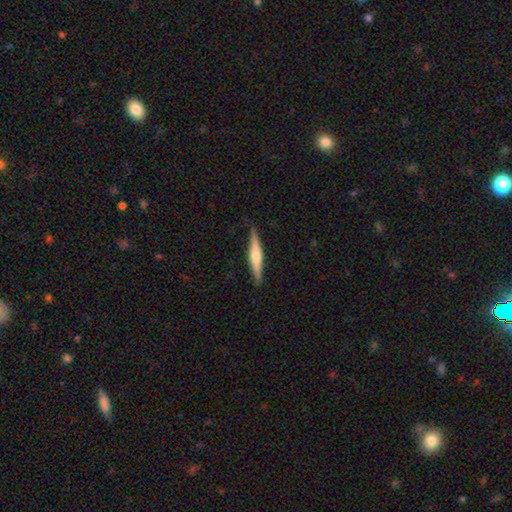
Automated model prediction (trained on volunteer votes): smooth_or_featured: featured or disk (p=0.49) [alt: smooth p=0.46]
merging: none (p=0.87) [alt: minor disturbance p=0.10]